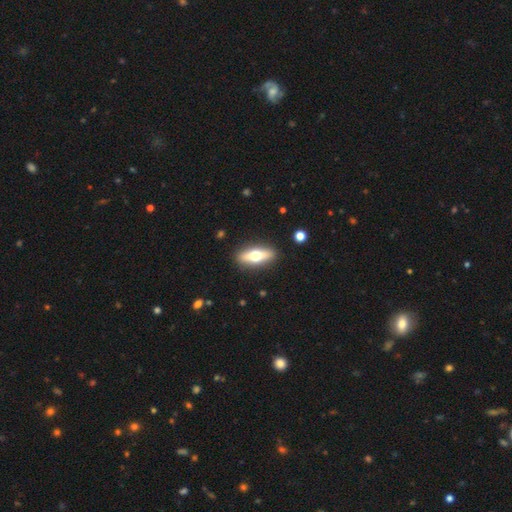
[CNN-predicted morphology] Smooth or featured?
  - smooth: 50% *
  - featured or disk: 43%
  - star or artifact: 6%
How rounded?
  - in between: 57% *
  - cigar-shaped: 39%
  - round: 4%
Merging?
  - none: 89% *
  - minor disturbance: 8%
  - major disturbance: 2%
  - merger: 1%